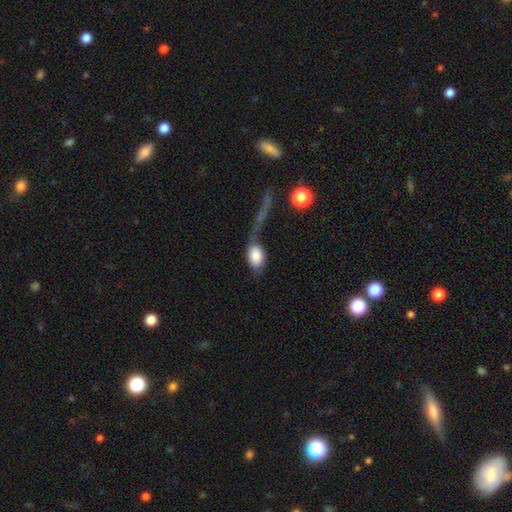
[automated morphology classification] This appears to be a smooth galaxy with no disk features (80%) that is in between round and cigar-shaped (85%). Merging: major disturbance (33%).